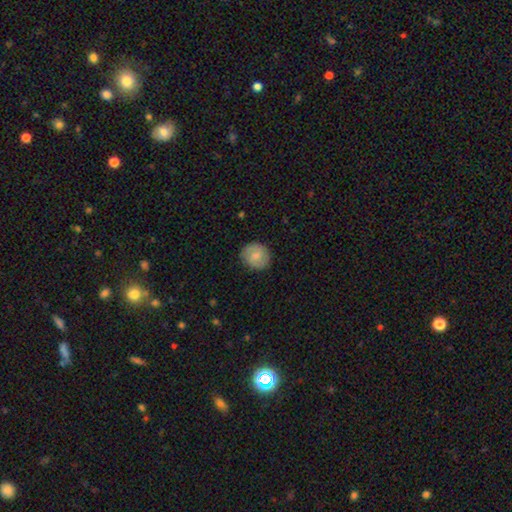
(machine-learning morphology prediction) A smooth galaxy with no disk features (59%) that is round (78%).

Vote fractions:
- Smooth or featured? smooth: 59% / featured or disk: 35% / star or artifact: 7%
- How rounded? round: 78% / in between: 21% / cigar-shaped: 1%
- Merging? none: 85% / minor disturbance: 12% / major disturbance: 3% / merger: 1%